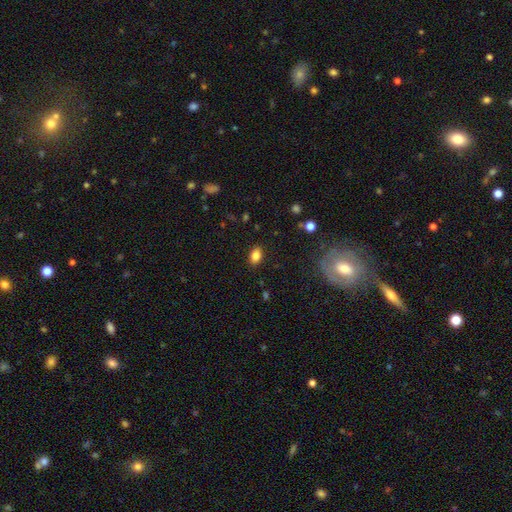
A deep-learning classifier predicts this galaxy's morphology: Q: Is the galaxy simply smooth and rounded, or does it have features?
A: smooth — 84%.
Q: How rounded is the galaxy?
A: in between — 83%.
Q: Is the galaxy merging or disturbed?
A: none — 87%.